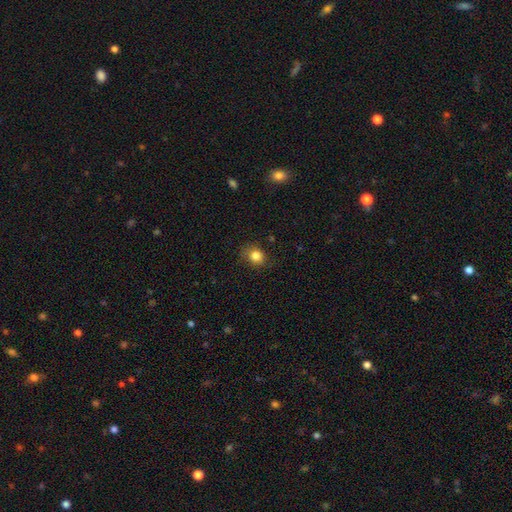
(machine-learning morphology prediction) smooth_or_featured: smooth (p=0.83) [alt: star or artifact p=0.11]
how_rounded: round (p=0.66) [alt: in between p=0.33]
merging: none (p=0.77) [alt: minor disturbance p=0.17]